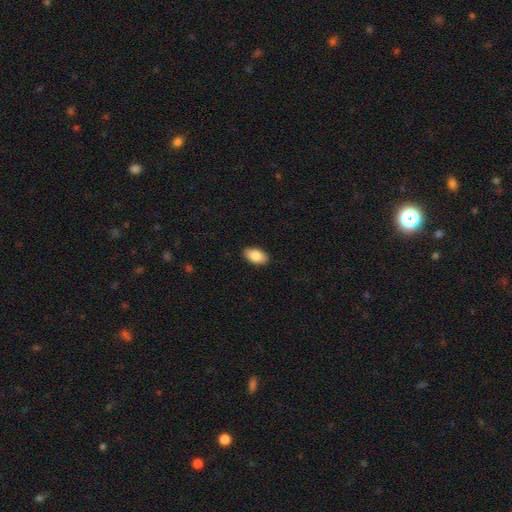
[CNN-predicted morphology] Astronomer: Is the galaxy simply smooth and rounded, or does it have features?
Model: smooth — 86%.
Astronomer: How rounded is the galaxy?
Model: in between — 94%.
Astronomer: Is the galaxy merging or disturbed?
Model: none — 90%.